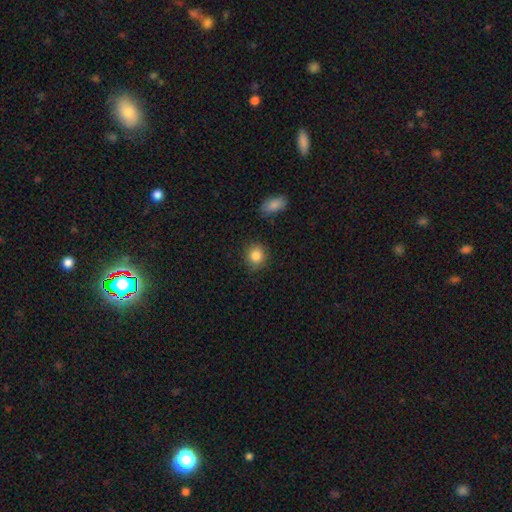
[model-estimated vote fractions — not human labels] A smooth galaxy with no disk features (85%) that is round (85%).

Vote fractions:
- Smooth or featured? smooth: 85% / star or artifact: 9% / featured or disk: 6%
- How rounded? round: 85% / in between: 14% / cigar-shaped: 1%
- Merging? none: 86% / minor disturbance: 10% / major disturbance: 2% / merger: 2%